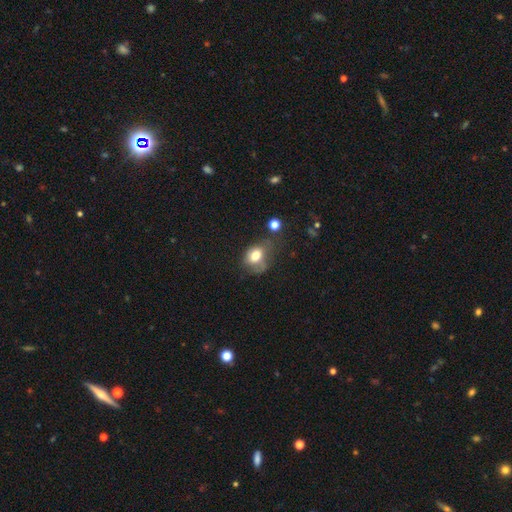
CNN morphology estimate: Smooth or featured? Predicted: smooth (p=0.73). How rounded? Predicted: in between (p=0.60). Merging? Predicted: none (p=0.33).